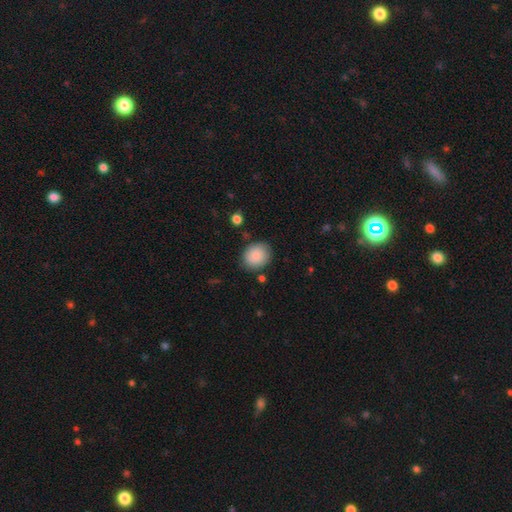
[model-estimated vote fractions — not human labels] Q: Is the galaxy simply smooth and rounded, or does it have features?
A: smooth — 88%.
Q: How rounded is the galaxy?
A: round — 61%.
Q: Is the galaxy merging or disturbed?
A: none — 82%.